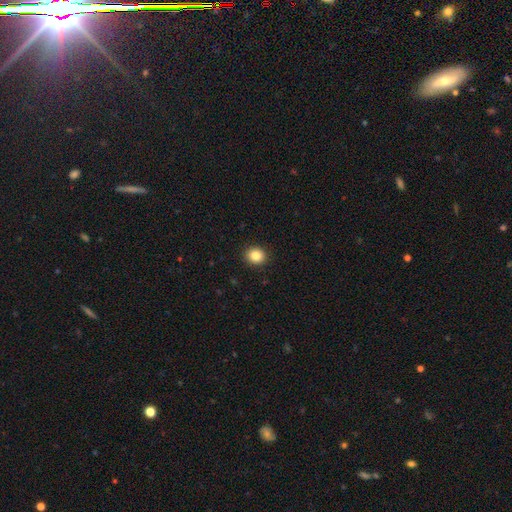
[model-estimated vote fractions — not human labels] Smooth or featured: smooth — 85% (star or artifact — 10%)
How rounded: round — 74% (in between — 26%)
Merging: none — 91% (minor disturbance — 6%)